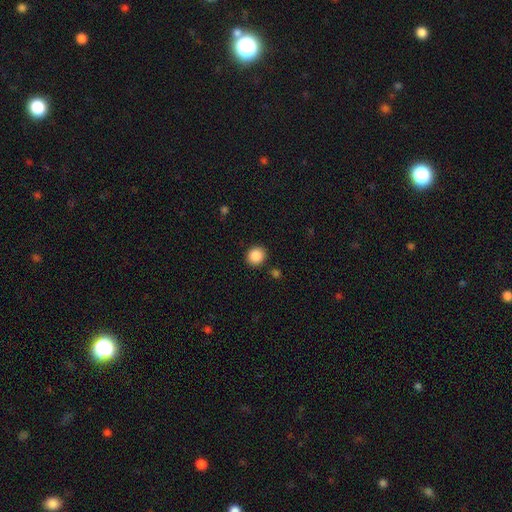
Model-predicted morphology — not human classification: The model was most divided on "how rounded": round: 86%, in between: 13%, cigar-shaped: 1%. More confident: merging — none (89%); smooth or featured — smooth (88%).